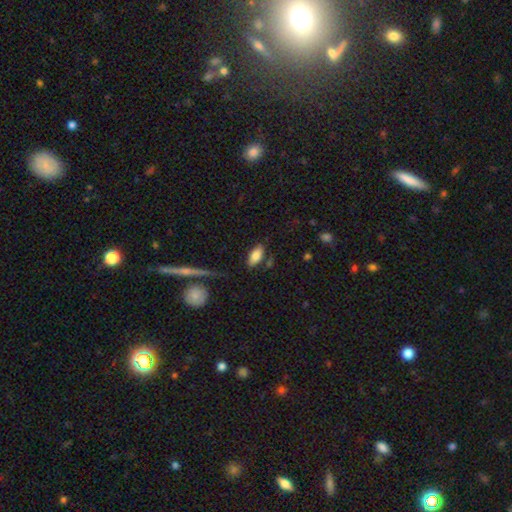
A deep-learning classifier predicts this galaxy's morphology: Smooth or featured? smooth (80%)
How rounded? in between (89%)
Merging? none (78%)